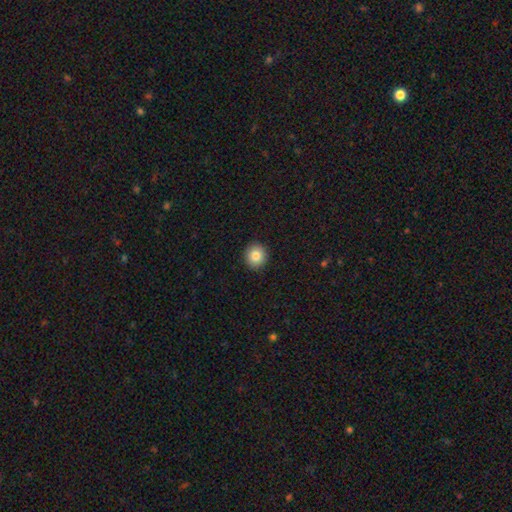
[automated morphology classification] smooth-or-featured: smooth: 85% | star or artifact: 9% | featured or disk: 6%
  how-rounded: round: 86% | in between: 13% | cigar-shaped: 1%
  merging: none: 92% | minor disturbance: 6% | major disturbance: 2% | merger: 1%